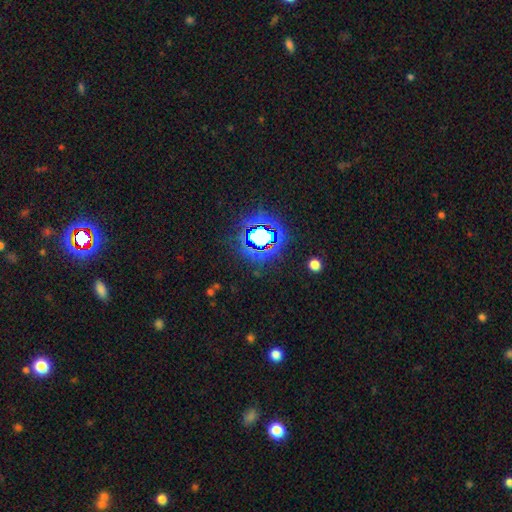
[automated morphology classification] Smooth or featured: star or artifact — 80% (smooth — 12%)